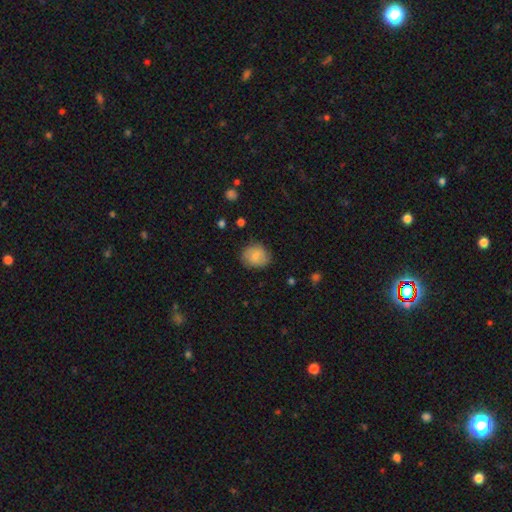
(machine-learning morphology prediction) type=smooth (77%); roundness=round (68%); merging=none (79%).